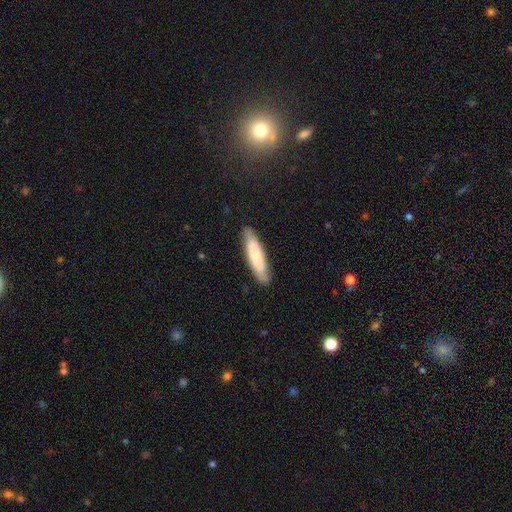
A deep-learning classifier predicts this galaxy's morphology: smooth-or-featured: smooth: 66% | featured or disk: 28% | star or artifact: 5%
  how-rounded: cigar-shaped: 73% | in between: 26% | round: 1%
  merging: none: 84% | minor disturbance: 12% | major disturbance: 2% | merger: 1%